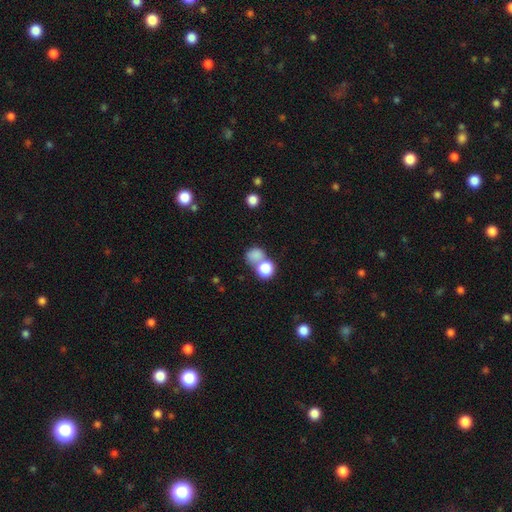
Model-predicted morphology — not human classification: type=smooth (79%); roundness=round (63%); merging=merger (46%).